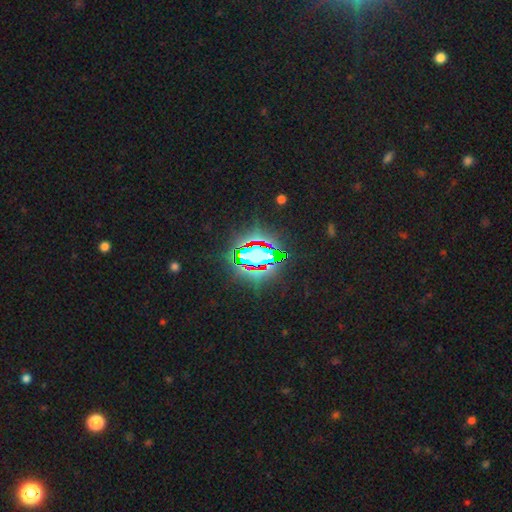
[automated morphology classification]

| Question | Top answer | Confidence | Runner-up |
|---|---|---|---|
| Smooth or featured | star or artifact | 75% | smooth (14%) |